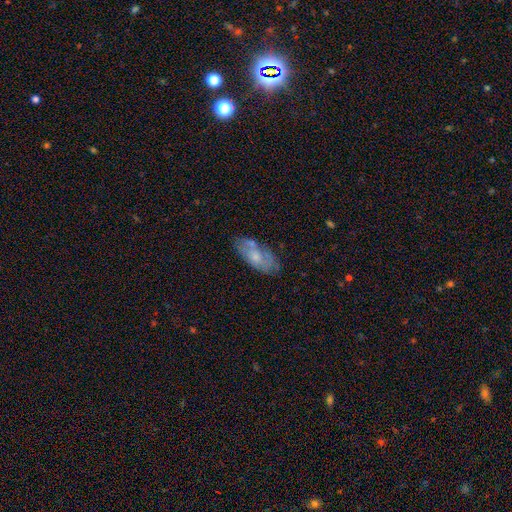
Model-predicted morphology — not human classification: smooth 56%, featured or disk 37%, star or artifact 7%. Down the decision tree: how rounded — in between (86%); merging — none (61%).